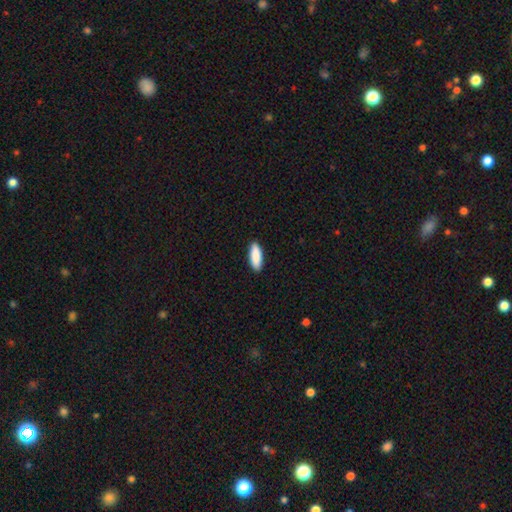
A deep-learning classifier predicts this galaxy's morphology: A smooth galaxy with no disk features (90%) that is in between round and cigar-shaped (64%). Merging: none (90%).